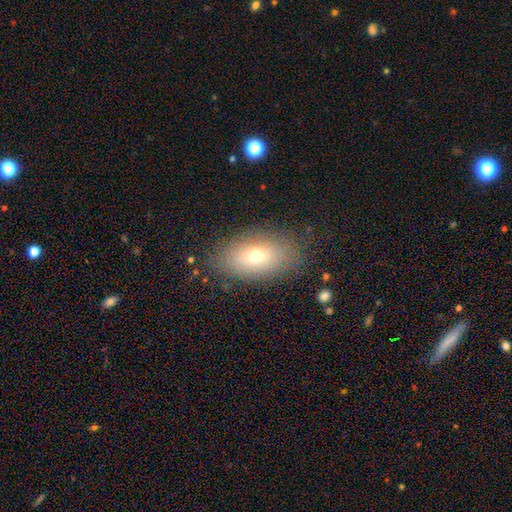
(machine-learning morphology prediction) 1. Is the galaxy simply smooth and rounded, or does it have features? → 68% smooth, 21% featured or disk, 12% star or artifact.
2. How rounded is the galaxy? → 87% in between, 11% round, 2% cigar-shaped.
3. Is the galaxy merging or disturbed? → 82% none, 12% minor disturbance, 5% major disturbance, 1% merger.